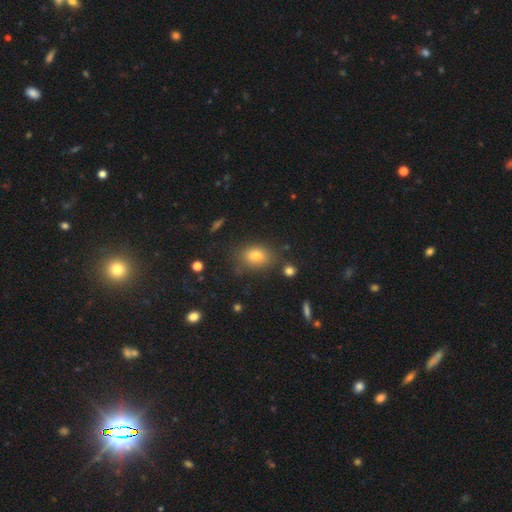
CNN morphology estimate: A smooth galaxy with no disk features (77%) that is in between round and cigar-shaped (70%).

Vote fractions:
- Smooth or featured? smooth: 77% / star or artifact: 13% / featured or disk: 10%
- How rounded? in between: 70% / round: 28% / cigar-shaped: 2%
- Merging? none: 78% / minor disturbance: 14% / major disturbance: 4% / merger: 4%